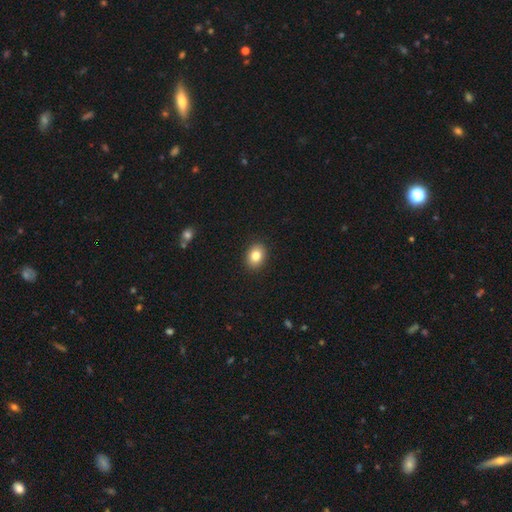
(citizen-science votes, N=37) Smooth or featured?
  - smooth: 86% *
  - featured or disk: 8%
  - star or artifact: 5%
How rounded?
  - in between: 66% *
  - round: 34%
  - cigar-shaped: 0%
Merging?
  - none: 91% *
  - minor disturbance: 6%
  - major disturbance: 3%
  - merger: 0%